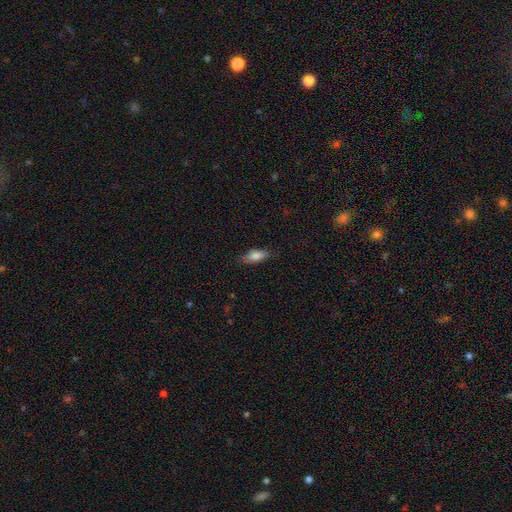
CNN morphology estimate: A smooth galaxy with no disk features (79%) that is in between round and cigar-shaped (76%).

Vote fractions:
- Smooth or featured? smooth: 79% / featured or disk: 14% / star or artifact: 7%
- How rounded? in between: 76% / cigar-shaped: 21% / round: 3%
- Merging? none: 77% / minor disturbance: 18% / major disturbance: 4% / merger: 1%